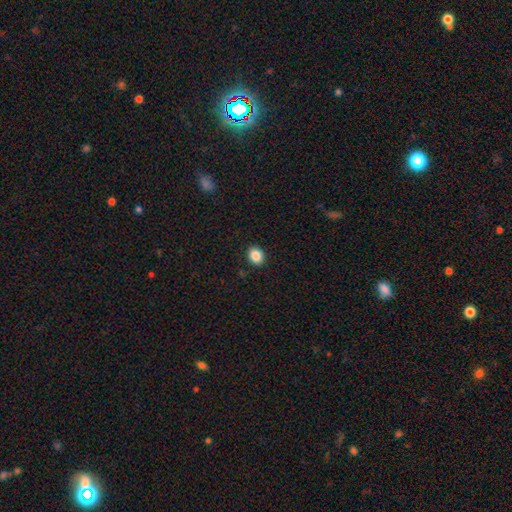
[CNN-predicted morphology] Overall: smooth (88%). How rounded: round (54%; in between 45%). Merging: none (90%).